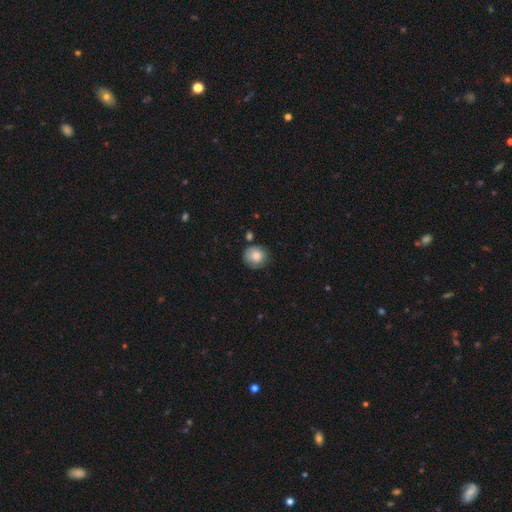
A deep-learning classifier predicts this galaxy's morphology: Q: Smooth or featured?
A: smooth (82%); runner-up: featured or disk (10%)
Q: How rounded?
A: round (87%); runner-up: in between (12%)
Q: Merging?
A: none (76%); runner-up: minor disturbance (16%)